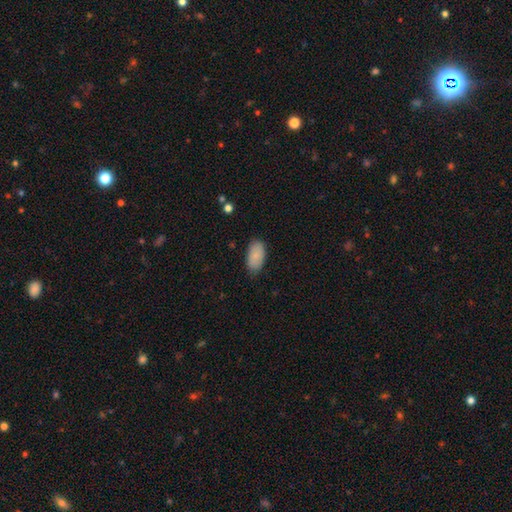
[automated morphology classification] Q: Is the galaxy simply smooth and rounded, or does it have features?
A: smooth — 87%.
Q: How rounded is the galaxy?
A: in between — 95%.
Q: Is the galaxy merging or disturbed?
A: none — 81%.